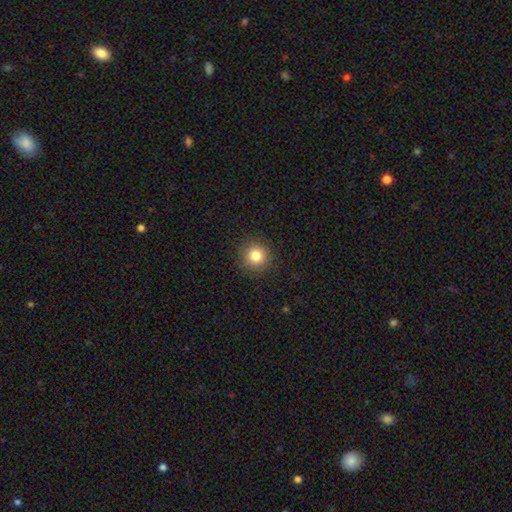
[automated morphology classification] type=smooth (82%); roundness=round (95%); merging=none (91%).